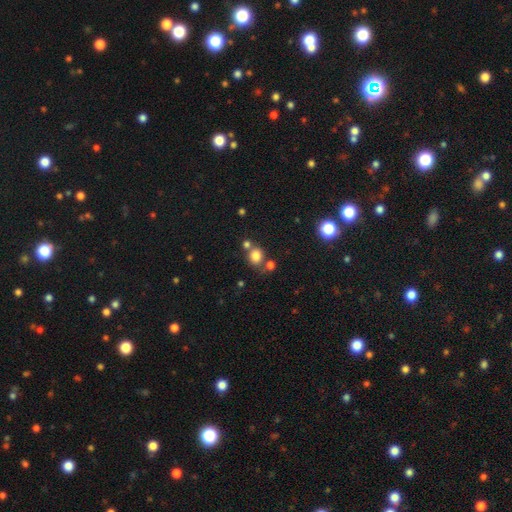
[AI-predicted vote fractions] The model was most divided on "merging": none: 61%, merger: 23%, minor disturbance: 12%, major disturbance: 5%. More confident: smooth or featured — smooth (80%); how rounded — round (70%).